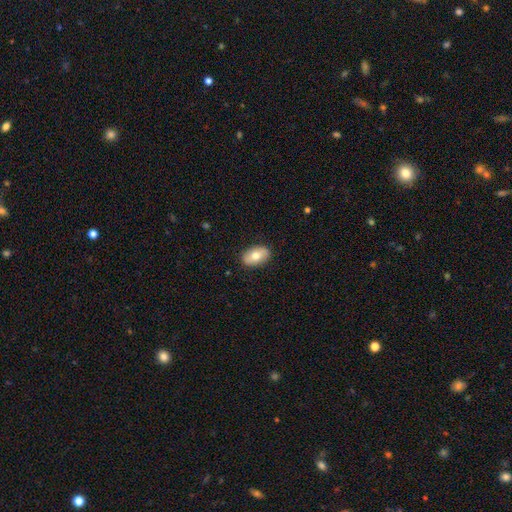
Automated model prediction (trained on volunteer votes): The model was most divided on "smooth or featured": smooth: 70%, featured or disk: 24%, star or artifact: 6%. More confident: how rounded — in between (91%); merging — none (87%).